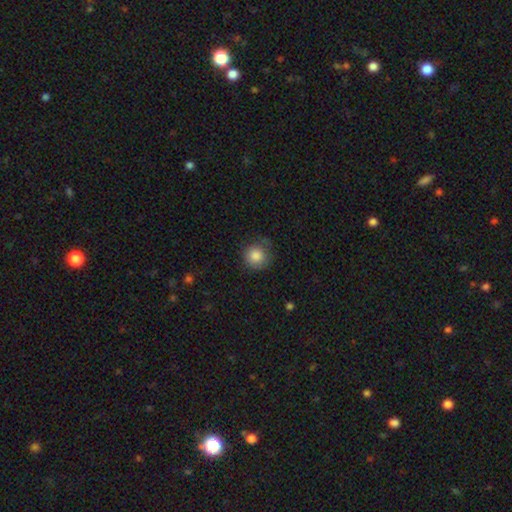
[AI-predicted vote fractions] Smooth or featured? Predicted: smooth (p=0.85). How rounded? Predicted: round (p=0.93). Merging? Predicted: none (p=0.75).